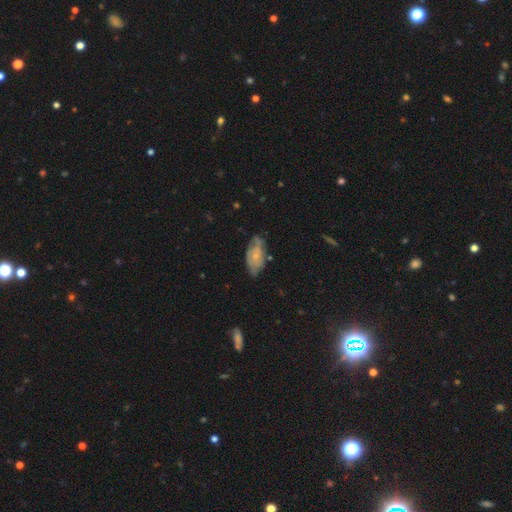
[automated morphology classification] featured or disk 49%, smooth 45%, star or artifact 7%. Down the decision tree: merging — none (57%).